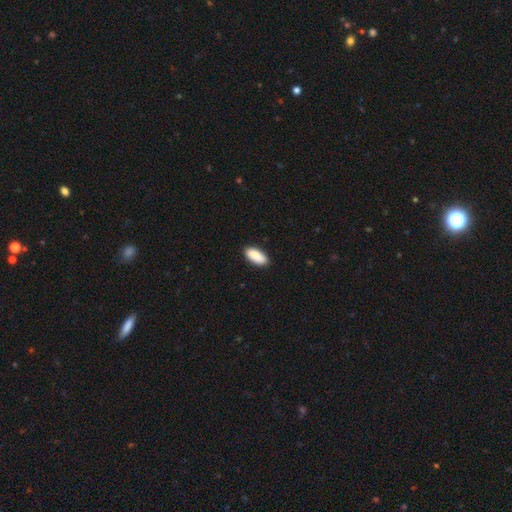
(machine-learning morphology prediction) A smooth galaxy with no disk features (90%) that is in between round and cigar-shaped (86%). Merging: none (89%).